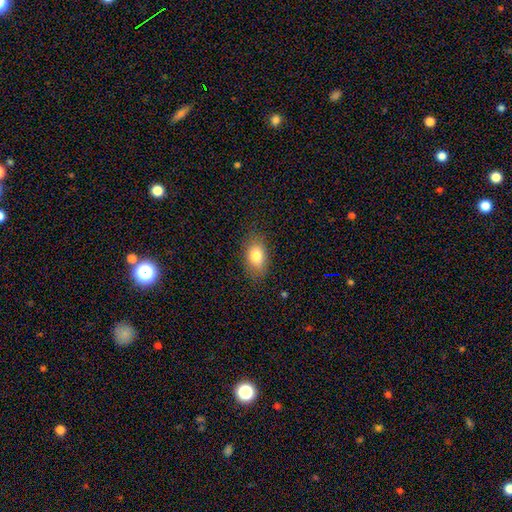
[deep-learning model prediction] Smooth or featured? Predicted: smooth (p=0.80). How rounded? Predicted: in between (p=0.85). Merging? Predicted: none (p=0.81).